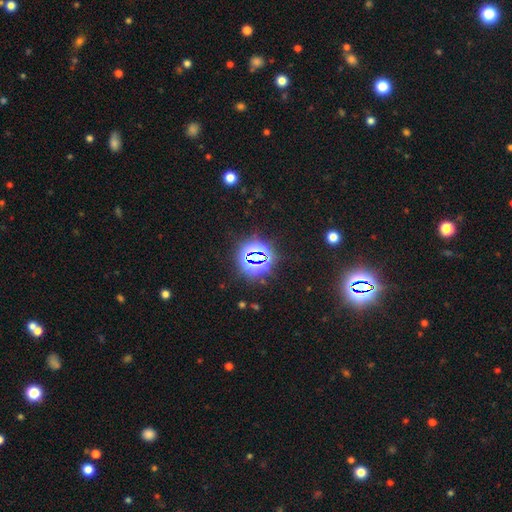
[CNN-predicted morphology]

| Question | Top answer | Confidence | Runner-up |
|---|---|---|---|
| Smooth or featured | star or artifact | 78% | smooth (13%) |